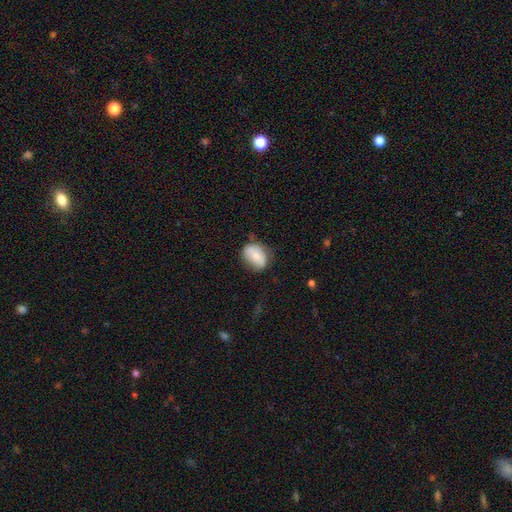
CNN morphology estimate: Smooth or featured? Predicted: smooth (p=0.66). How rounded? Predicted: in between (p=0.72). Merging? Predicted: none (p=0.58).